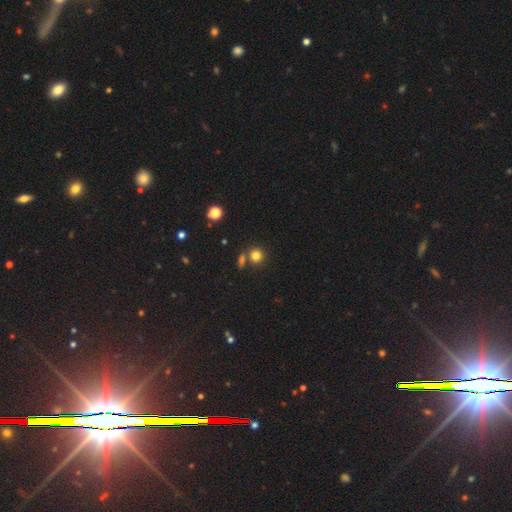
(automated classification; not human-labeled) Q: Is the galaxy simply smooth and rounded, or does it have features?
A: smooth — 79%.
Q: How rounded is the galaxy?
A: round — 89%.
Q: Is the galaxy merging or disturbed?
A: none — 70%.